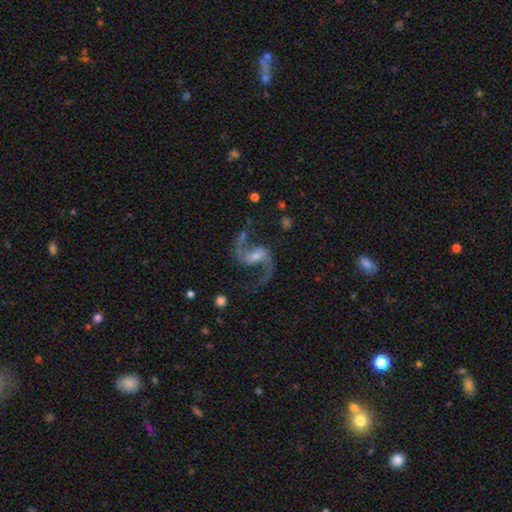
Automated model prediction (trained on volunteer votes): Morphology: type=featured or disk (91%); edge-on=no (98%); bar=weak (48%); spiral arms=yes (98%); winding=loose (64%); arm count=2 (94%); bulge=small (48%); merging=none (76%).